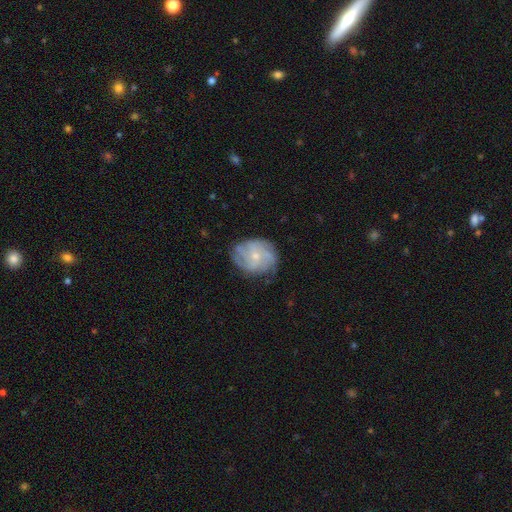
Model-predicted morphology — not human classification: featured or disk 72%, smooth 20%, star or artifact 7%. Down the decision tree: edge-on disk — no (97%); bar — no (71%); spiral arms — yes (88%); spiral arm count — can't tell (37%); spiral winding — tight (50%); bulge size — small (68%); merging — none (72%).